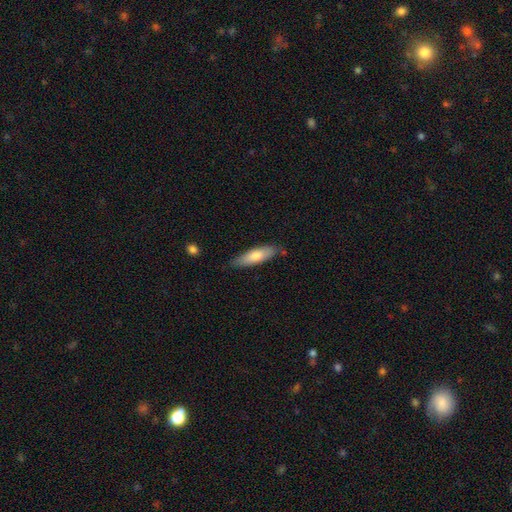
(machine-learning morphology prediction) This appears to be a smooth galaxy with no disk features (71%) that is cigar-shaped (60%). Merging: none (80%).